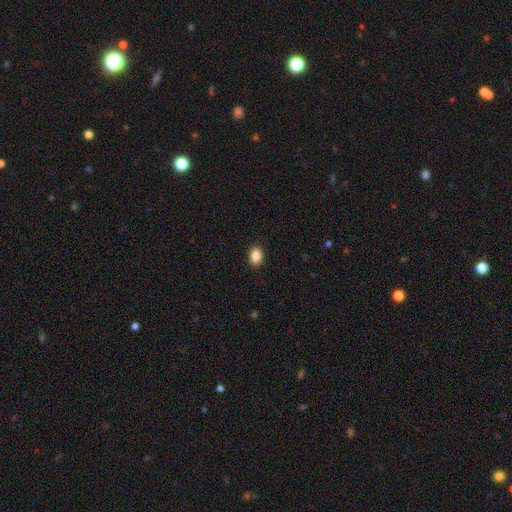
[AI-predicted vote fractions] This appears to be a smooth galaxy with no disk features (89%) that is in between round and cigar-shaped (82%). Merging: none (90%).